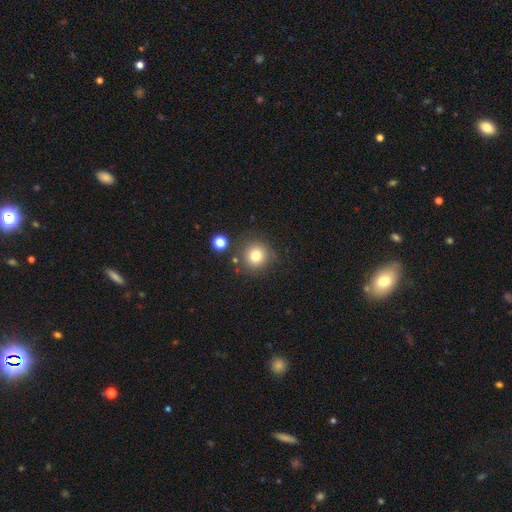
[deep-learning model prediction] smooth_or_featured: smooth (p=0.78) [alt: star or artifact p=0.13]
how_rounded: round (p=0.93) [alt: in between p=0.06]
merging: none (p=0.79) [alt: minor disturbance p=0.11]